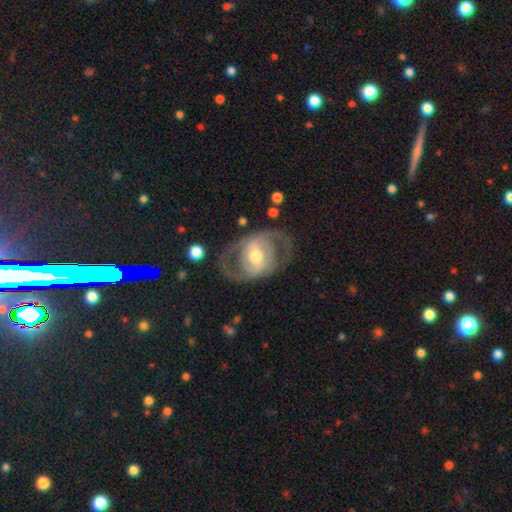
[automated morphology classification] Q: Smooth or featured?
A: featured or disk (74%); runner-up: smooth (21%)
Q: Edge-on disk?
A: no (94%); runner-up: yes (6%)
Q: Bar?
A: no (38%); runner-up: weak (37%)
Q: Spiral arms?
A: yes (58%); runner-up: no (42%)
Q: Bulge size?
A: moderate (69%); runner-up: small (14%)
Q: Merging?
A: none (69%); runner-up: minor disturbance (15%)